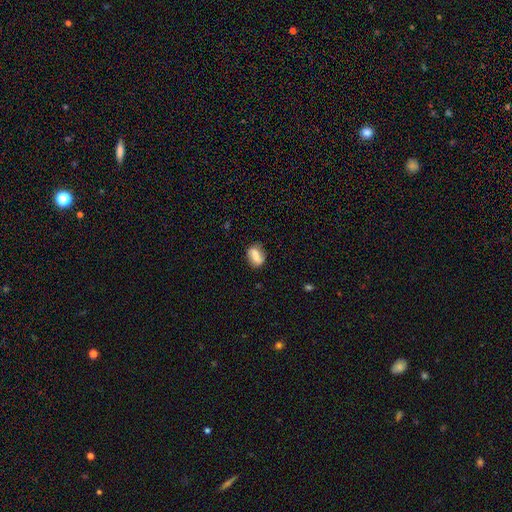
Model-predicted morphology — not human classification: Smooth or featured: smooth — 67% (featured or disk — 25%)
How rounded: in between — 76% (round — 19%)
Merging: none — 77% (minor disturbance — 17%)